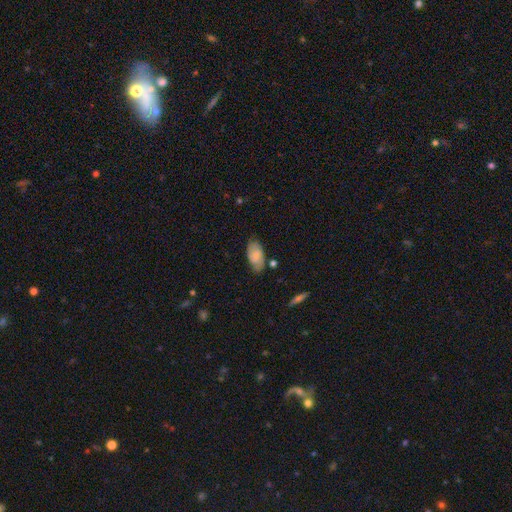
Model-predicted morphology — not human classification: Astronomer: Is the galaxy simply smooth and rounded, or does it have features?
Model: smooth — 69%.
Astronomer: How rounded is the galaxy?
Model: in between — 93%.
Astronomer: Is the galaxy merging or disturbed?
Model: none — 72%.